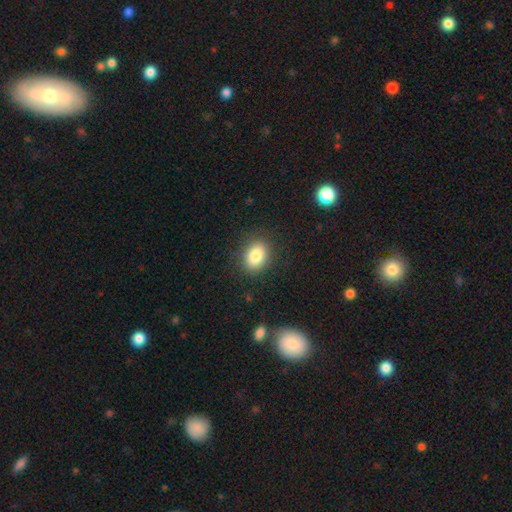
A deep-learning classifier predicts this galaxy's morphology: This is clearly a smooth galaxy (84%). How rounded: likely in between (71%). Merging: clearly none (86%).